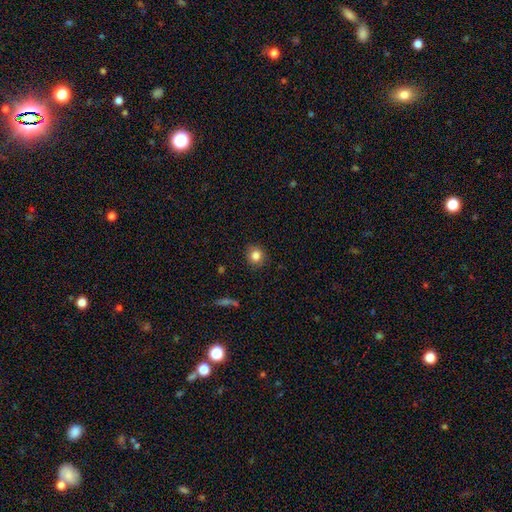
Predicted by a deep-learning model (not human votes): Smooth or featured? Predicted: smooth (p=0.83). How rounded? Predicted: round (p=0.88). Merging? Predicted: none (p=0.88).